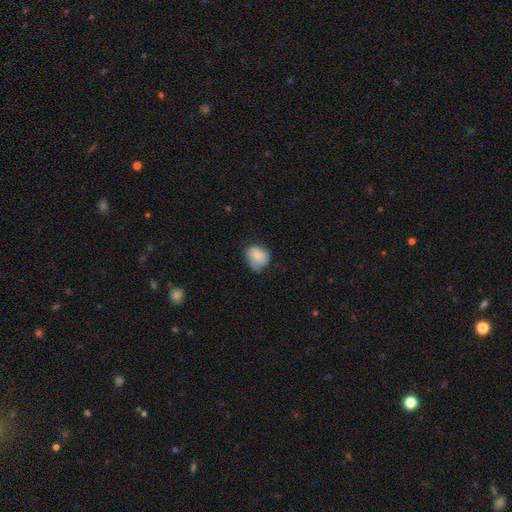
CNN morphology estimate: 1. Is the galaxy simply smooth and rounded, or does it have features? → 82% smooth, 11% featured or disk, 8% star or artifact.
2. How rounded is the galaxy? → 52% round, 47% in between, 1% cigar-shaped.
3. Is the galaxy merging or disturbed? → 47% none, 41% minor disturbance, 11% major disturbance, 2% merger.